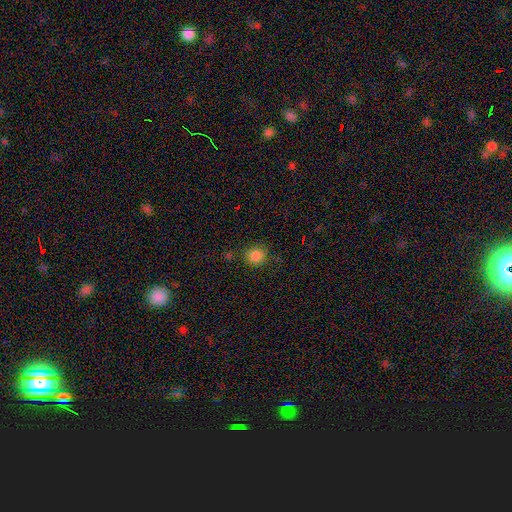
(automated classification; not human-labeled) smooth-or-featured: smooth: 83% | star or artifact: 12% | featured or disk: 4%
  how-rounded: round: 86% | in between: 13% | cigar-shaped: 1%
  merging: none: 81% | minor disturbance: 12% | major disturbance: 4% | merger: 3%